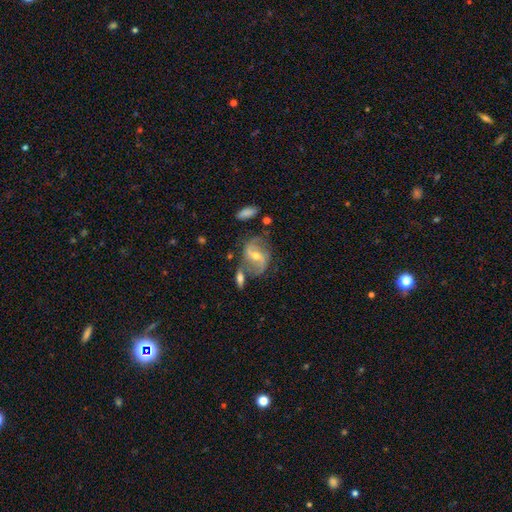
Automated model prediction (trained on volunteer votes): Smooth or featured? featured or disk (80%)
Edge-on disk? no (96%)
Bar? weak (41%)
Spiral arms? yes (91%)
Spiral winding? medium (45%)
Spiral arm count? 2 (85%)
Bulge size? moderate (53%)
Merging? none (58%)